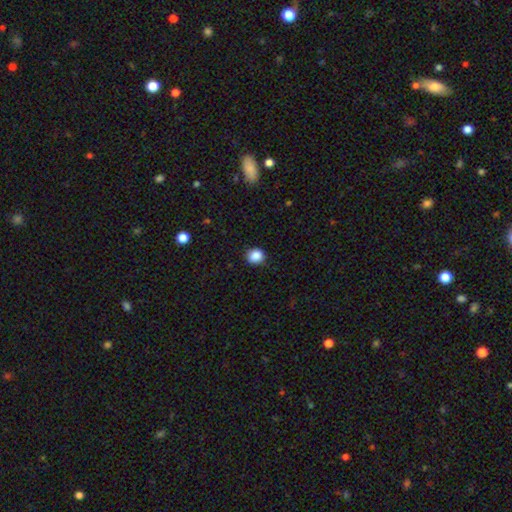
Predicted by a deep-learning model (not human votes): Smooth or featured: smooth — 87% (star or artifact — 10%)
How rounded: round — 80% (in between — 19%)
Merging: none — 86% (minor disturbance — 11%)